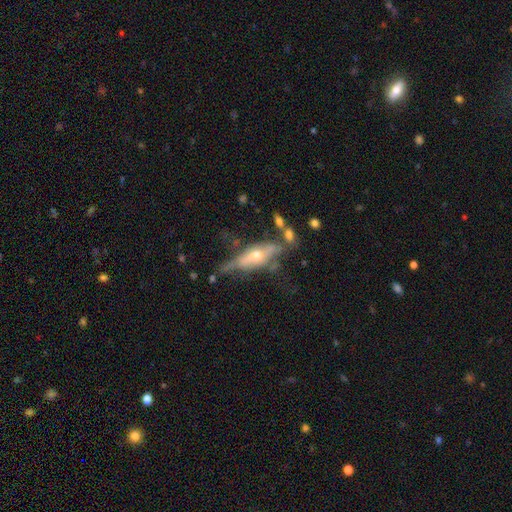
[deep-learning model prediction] smooth-or-featured: featured or disk: 73% | smooth: 19% | star or artifact: 8%
  disk-edge-on: yes: 75% | no: 25%
    edge-on-bulge: rounded: 84% | boxy: 9% | none: 7%
  merging: none: 50% | minor disturbance: 25% | major disturbance: 16% | merger: 10%